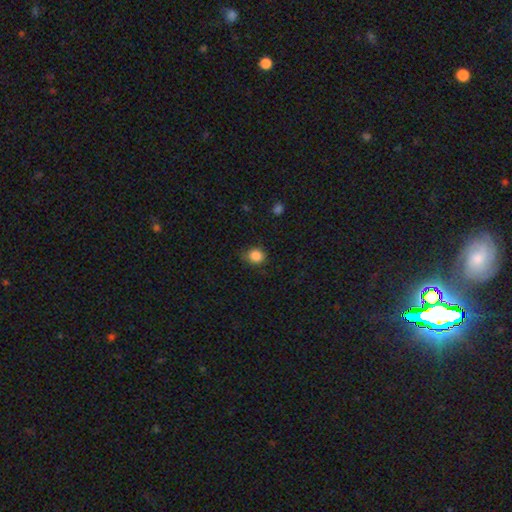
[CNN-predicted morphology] This appears to be a smooth galaxy with no disk features (86%) that is round (74%). Merging: none (72%).